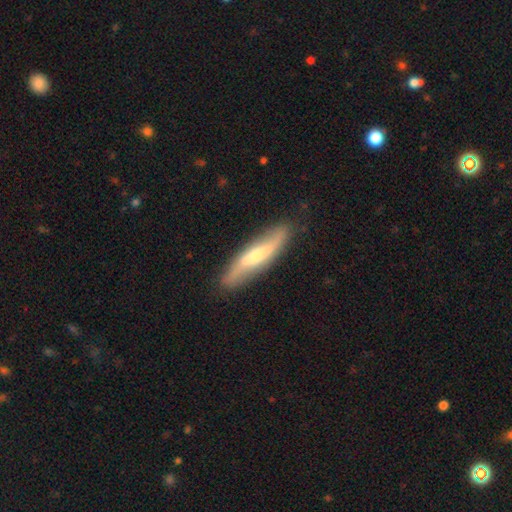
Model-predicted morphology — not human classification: type=featured or disk (58%); edge-on=no (54%); merging=none (83%).